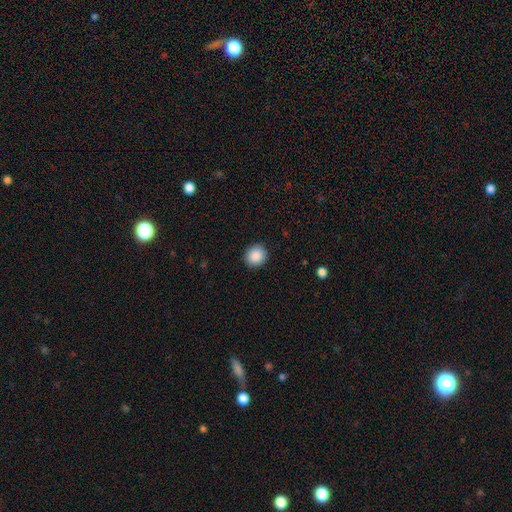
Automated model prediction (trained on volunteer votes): A smooth galaxy with no disk features (89%) that is round (79%).

Vote fractions:
- Smooth or featured? smooth: 89% / star or artifact: 8% / featured or disk: 3%
- How rounded? round: 79% / in between: 20% / cigar-shaped: 1%
- Merging? none: 90% / minor disturbance: 7% / major disturbance: 2% / merger: 1%